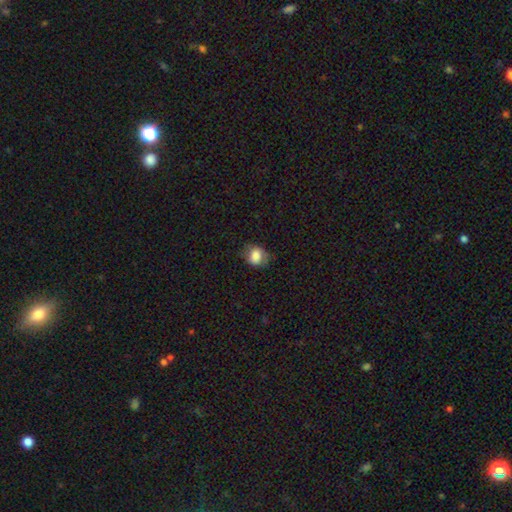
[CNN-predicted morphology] A smooth galaxy with no disk features (81%) that is round (56%). Merging: none (67%).